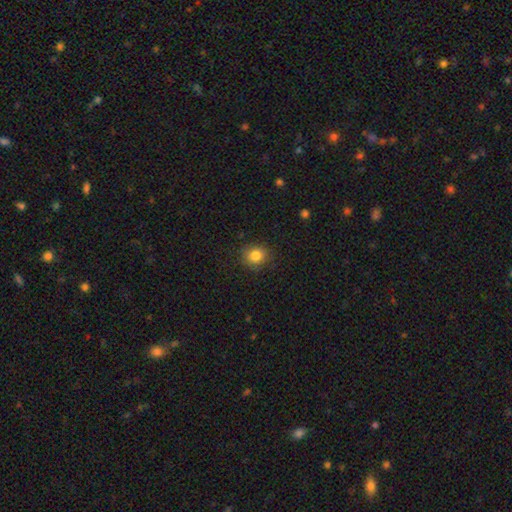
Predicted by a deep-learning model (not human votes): Smooth or featured: smooth — 83% (star or artifact — 11%)
How rounded: round — 77% (in between — 22%)
Merging: none — 85% (minor disturbance — 11%)